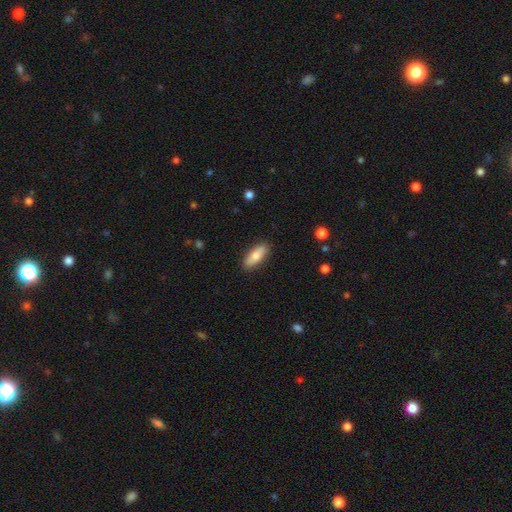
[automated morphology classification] Overall: smooth (74%). How rounded: in between (68%; cigar-shaped 30%). Merging: none (88%).